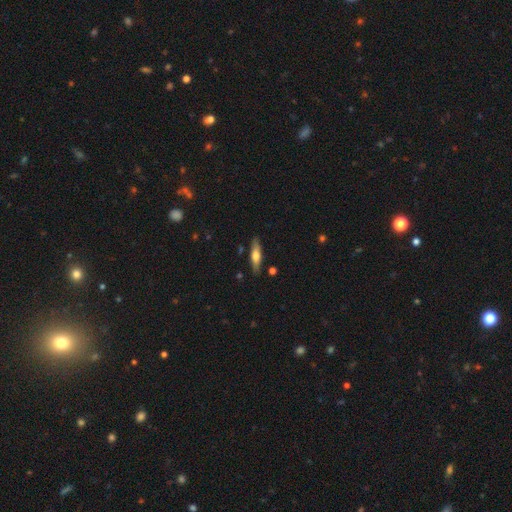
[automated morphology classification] Q: Smooth or featured?
A: smooth (52%); runner-up: featured or disk (42%)
Q: How rounded?
A: cigar-shaped (71%); runner-up: in between (26%)
Q: Merging?
A: none (86%); runner-up: minor disturbance (10%)